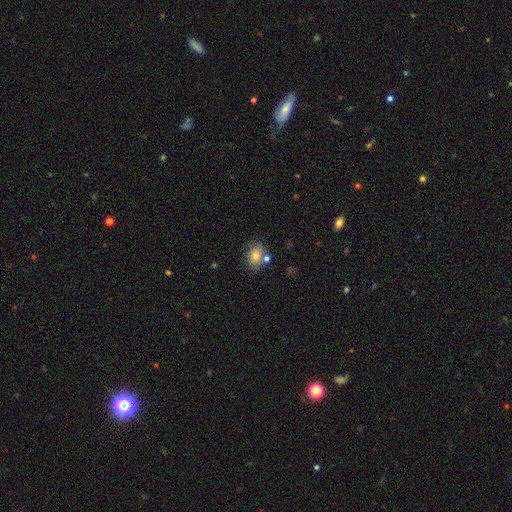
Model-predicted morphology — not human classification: This is likely a smooth galaxy (73%). How rounded: possibly in between (55%). Merging: possibly none (58%).